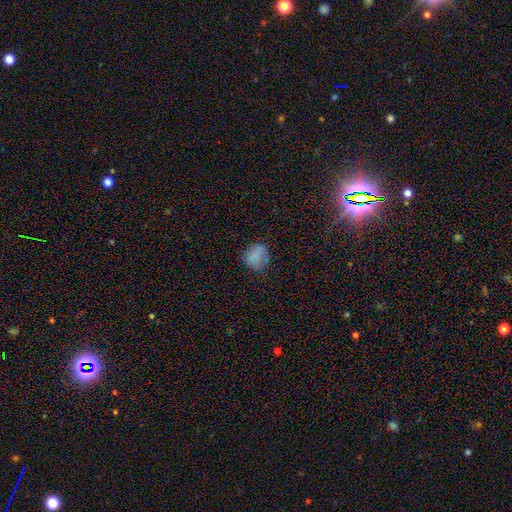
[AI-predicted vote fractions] smooth-or-featured: smooth: 77% | star or artifact: 12% | featured or disk: 11%
  how-rounded: round: 67% | in between: 32% | cigar-shaped: 1%
  merging: none: 69% | minor disturbance: 21% | major disturbance: 8% | merger: 2%